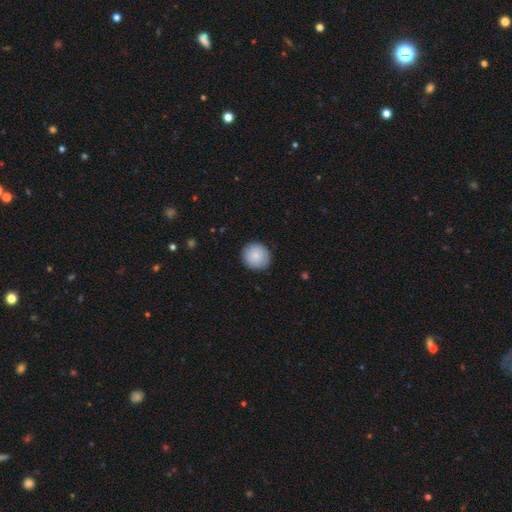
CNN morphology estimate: This appears to be a smooth galaxy with no disk features (85%) that is round (90%). Merging: none (90%).